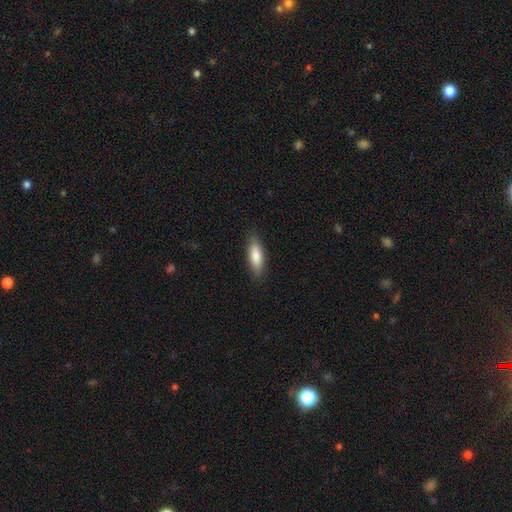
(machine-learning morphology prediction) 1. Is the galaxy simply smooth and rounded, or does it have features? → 83% smooth, 12% featured or disk, 6% star or artifact.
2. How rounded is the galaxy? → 58% in between, 40% cigar-shaped, 2% round.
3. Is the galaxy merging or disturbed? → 87% none, 10% minor disturbance, 2% major disturbance, 1% merger.